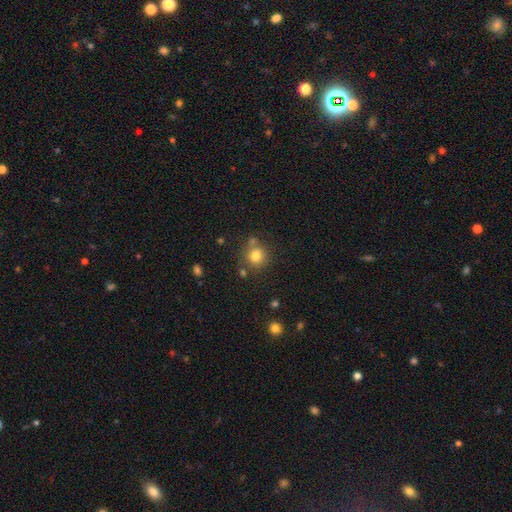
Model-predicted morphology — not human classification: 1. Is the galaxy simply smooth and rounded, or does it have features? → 79% smooth, 13% star or artifact, 8% featured or disk.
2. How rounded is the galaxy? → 90% round, 9% in between, 1% cigar-shaped.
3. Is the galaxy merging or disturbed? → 72% none, 13% merger, 11% minor disturbance, 4% major disturbance.